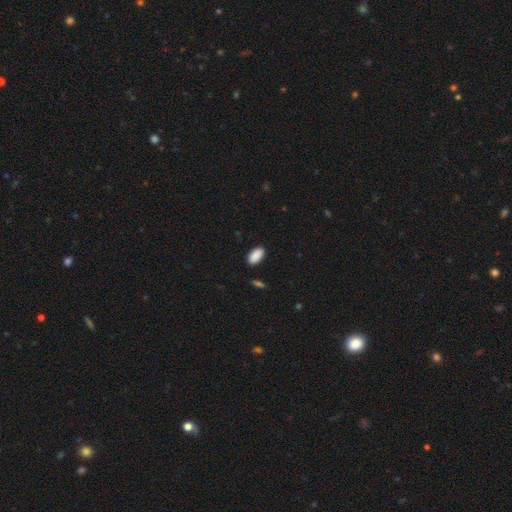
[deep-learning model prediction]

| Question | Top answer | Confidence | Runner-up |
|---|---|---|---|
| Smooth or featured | smooth | 90% | star or artifact (7%) |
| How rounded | in between | 94% | cigar-shaped (3%) |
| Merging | none | 87% | minor disturbance (9%) |